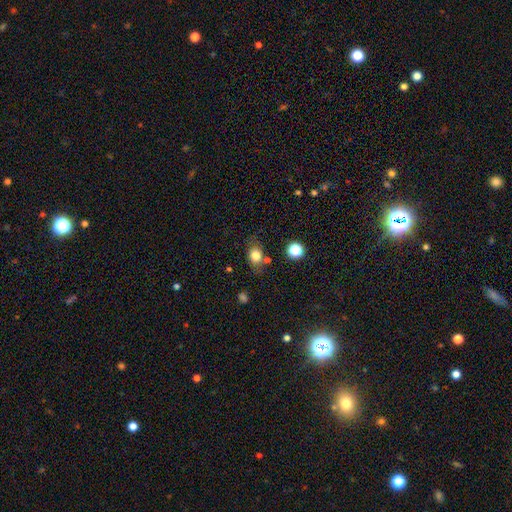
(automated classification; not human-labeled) Morphology: type=smooth (79%); roundness=in between (51%); merging=none (72%).